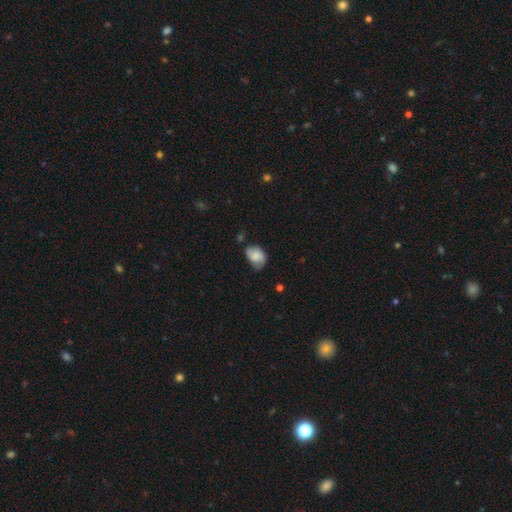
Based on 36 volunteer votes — This is likely a smooth galaxy (75%). How rounded: likely in between (70%). Merging: possibly none (46%).